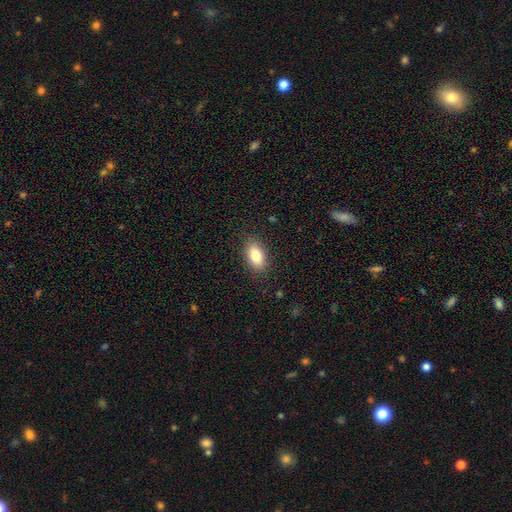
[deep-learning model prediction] Smooth or featured?
  - smooth: 84% *
  - featured or disk: 9%
  - star or artifact: 8%
How rounded?
  - in between: 91% *
  - round: 6%
  - cigar-shaped: 3%
Merging?
  - none: 88% *
  - minor disturbance: 9%
  - major disturbance: 2%
  - merger: 1%